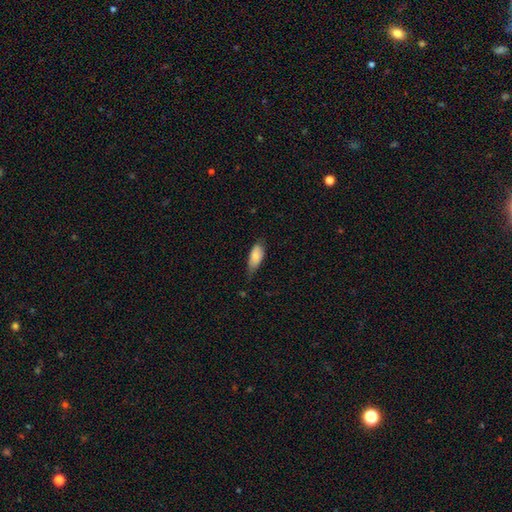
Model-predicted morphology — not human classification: The model was most divided on "merging": none: 49%, minor disturbance: 41%, major disturbance: 8%, merger: 2%. More confident: how rounded — in between (86%); smooth or featured — smooth (83%).